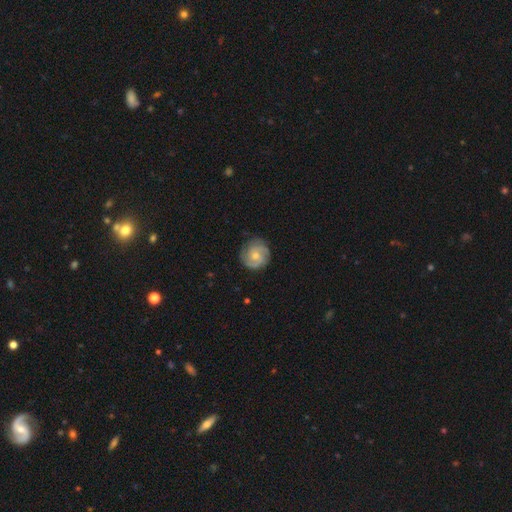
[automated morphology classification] Smooth or featured? featured or disk (73%)
Edge-on disk? no (98%)
Bar? no (72%)
Spiral arms? yes (94%)
Spiral winding? tight (56%)
Spiral arm count? 3 (38%)
Bulge size? moderate (48%)
Merging? none (81%)